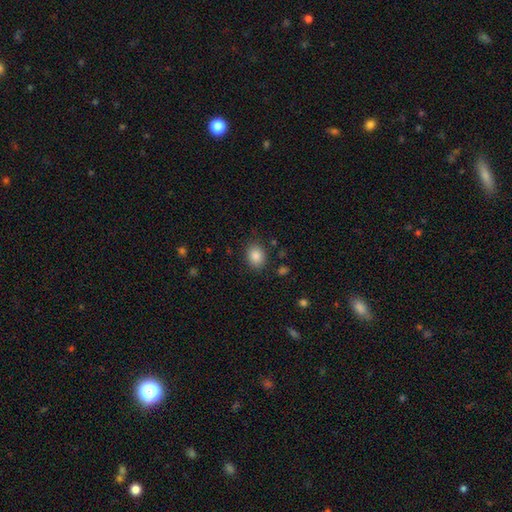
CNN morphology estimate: Smooth or featured?
  - smooth: 87% *
  - star or artifact: 9%
  - featured or disk: 4%
How rounded?
  - in between: 54% *
  - round: 45%
  - cigar-shaped: 1%
Merging?
  - none: 84% *
  - minor disturbance: 11%
  - major disturbance: 4%
  - merger: 2%